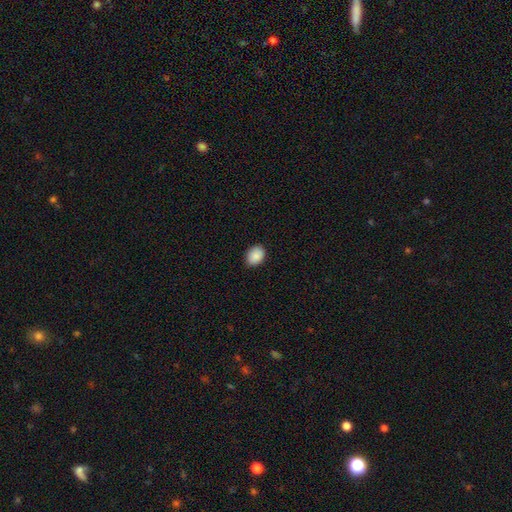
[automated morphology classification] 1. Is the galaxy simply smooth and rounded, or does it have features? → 89% smooth, 7% star or artifact, 3% featured or disk.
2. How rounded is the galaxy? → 65% in between, 34% round, 1% cigar-shaped.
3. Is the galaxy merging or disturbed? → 87% none, 10% minor disturbance, 2% major disturbance, 1% merger.